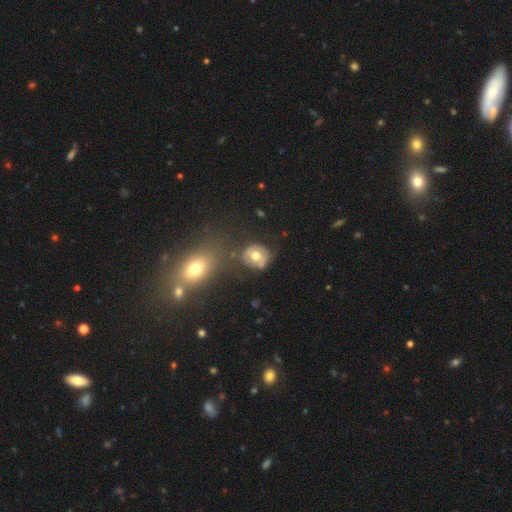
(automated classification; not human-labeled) Morphology: type=smooth (60%); roundness=round (76%); merging=none (54%).